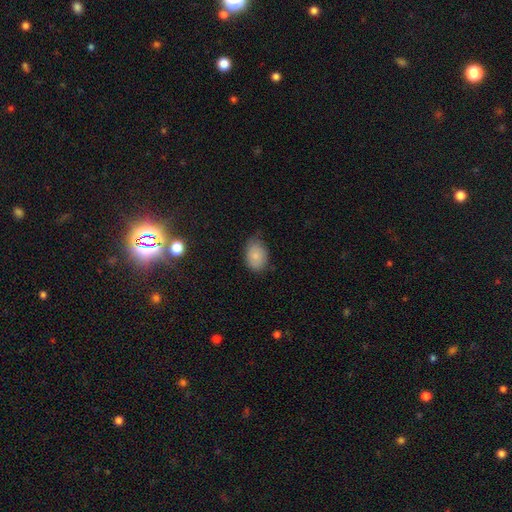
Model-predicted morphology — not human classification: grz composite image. It shows a smooth galaxy with no disk features (83%) that is in between round and cigar-shaped (80%). Merging: none (64%).